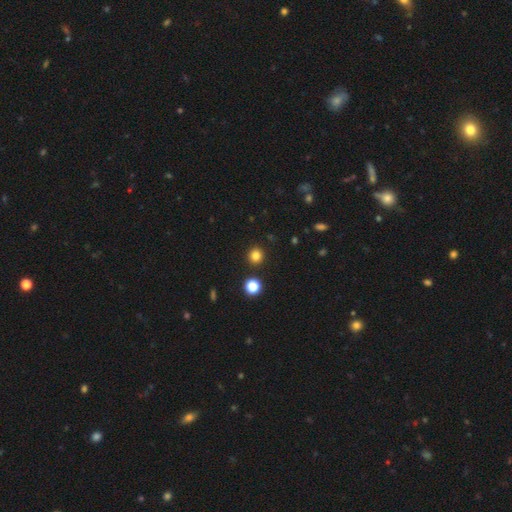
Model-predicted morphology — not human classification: A smooth galaxy with no disk features (82%) that is round (94%).

Vote fractions:
- Smooth or featured? smooth: 82% / star or artifact: 14% / featured or disk: 5%
- How rounded? round: 94% / in between: 5% / cigar-shaped: 1%
- Merging? none: 91% / minor disturbance: 5% / merger: 2% / major disturbance: 2%